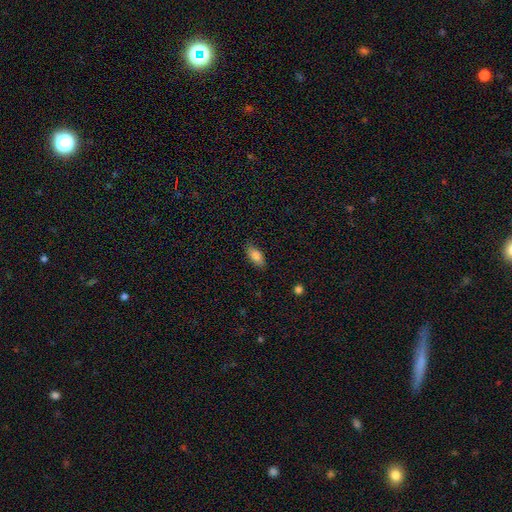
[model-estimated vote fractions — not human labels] Smooth or featured? Predicted: smooth (p=0.83). How rounded? Predicted: in between (p=0.88). Merging? Predicted: none (p=0.83).